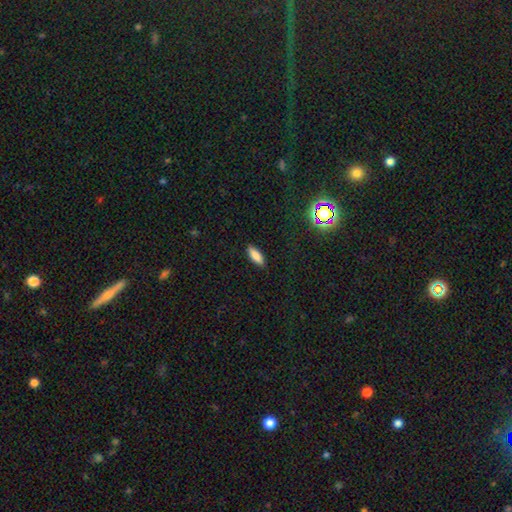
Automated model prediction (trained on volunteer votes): Overall: smooth (85%). How rounded: in between (68%; cigar-shaped 30%). Merging: none (89%).